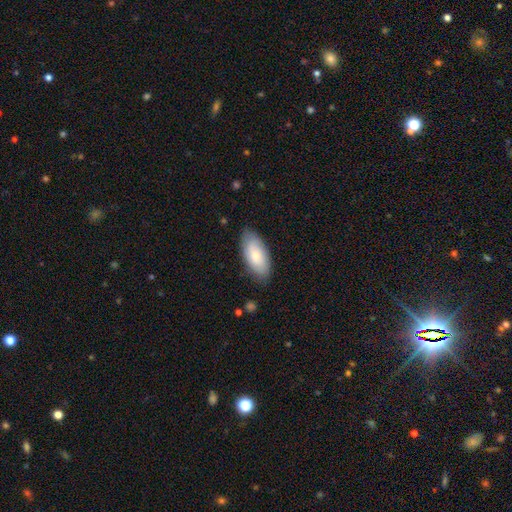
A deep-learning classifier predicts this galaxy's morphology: The model was most divided on "smooth or featured": smooth: 72%, featured or disk: 22%, star or artifact: 6%. More confident: how rounded — in between (91%); merging — none (80%).